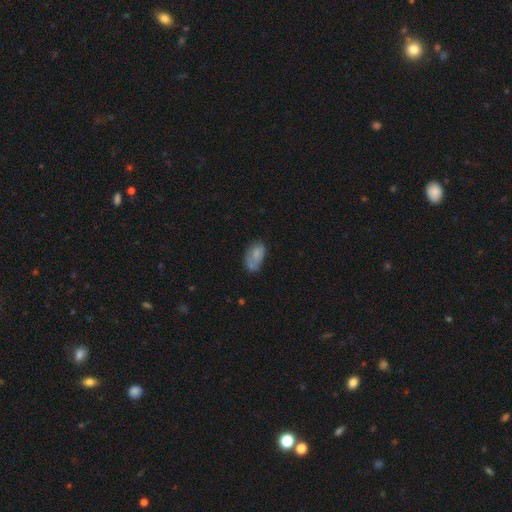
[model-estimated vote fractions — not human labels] smooth-or-featured: smooth: 67% | featured or disk: 23% | star or artifact: 9%
  how-rounded: in between: 91% | round: 6% | cigar-shaped: 2%
  merging: none: 42% | minor disturbance: 29% | merger: 15% | major disturbance: 14%